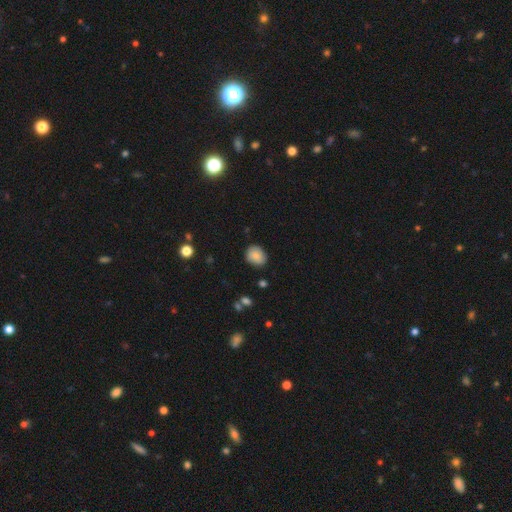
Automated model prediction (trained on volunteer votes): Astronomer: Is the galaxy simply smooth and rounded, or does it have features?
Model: smooth — 82%.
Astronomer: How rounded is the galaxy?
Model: round — 60% (runner-up: in between, 39%).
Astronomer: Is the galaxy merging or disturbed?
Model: none — 82%.